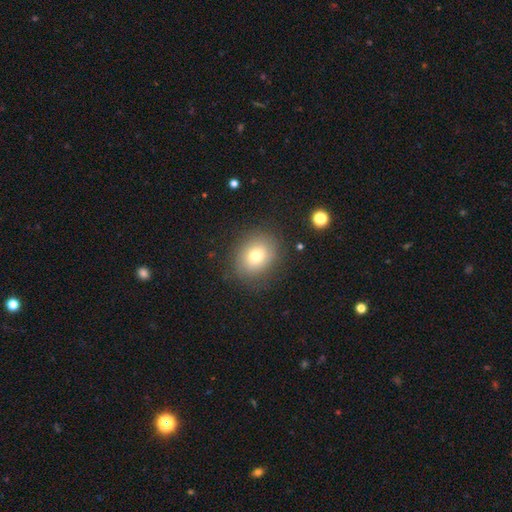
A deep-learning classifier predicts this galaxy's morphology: Q: Smooth or featured?
A: smooth (74%); runner-up: featured or disk (14%)
Q: How rounded?
A: round (59%); runner-up: in between (40%)
Q: Merging?
A: none (83%); runner-up: minor disturbance (11%)